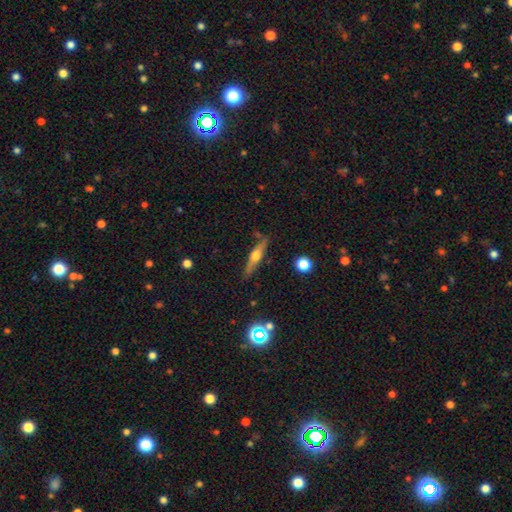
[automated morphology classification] Smooth or featured? featured or disk (63%)
Edge-on disk? yes (95%)
Edge-on bulge? rounded (91%)
Merging? none (82%)